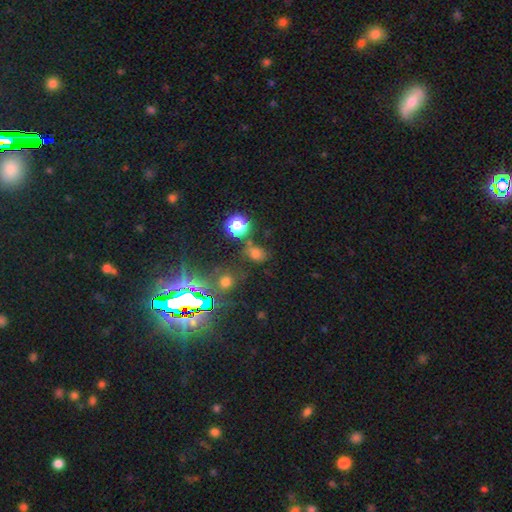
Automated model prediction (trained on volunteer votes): A smooth galaxy with no disk features (51%) that is round (54%). Merging: none (68%).